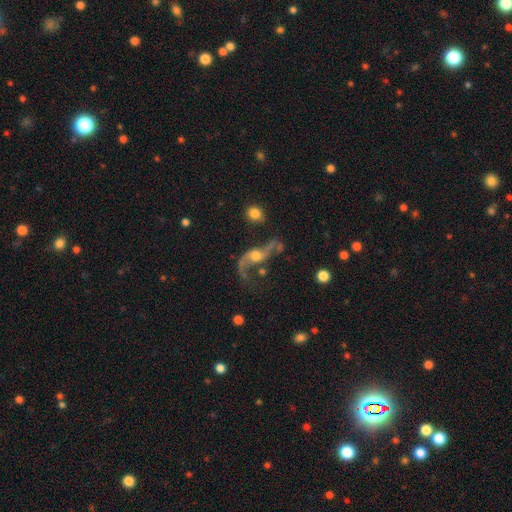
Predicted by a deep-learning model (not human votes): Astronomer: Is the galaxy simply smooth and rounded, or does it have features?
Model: featured or disk — 82%.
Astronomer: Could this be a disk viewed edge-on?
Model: no — 89%.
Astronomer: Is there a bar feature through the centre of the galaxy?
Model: no — 61%.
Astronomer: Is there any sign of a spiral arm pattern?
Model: yes — 89%.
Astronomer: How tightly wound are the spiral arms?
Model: loose — 87%.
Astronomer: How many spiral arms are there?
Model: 2 — 82%.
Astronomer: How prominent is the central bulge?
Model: moderate — 57%.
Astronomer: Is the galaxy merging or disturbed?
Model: none — 45% (runner-up: major disturbance, 31%).